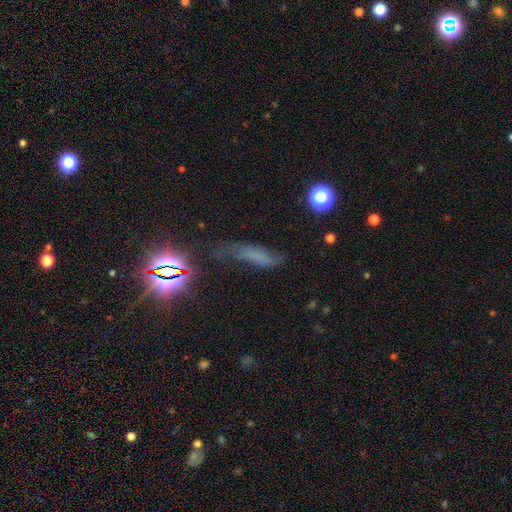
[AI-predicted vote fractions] Smooth or featured: smooth — 41% (featured or disk — 32%)
Merging: none — 47% (minor disturbance — 28%)